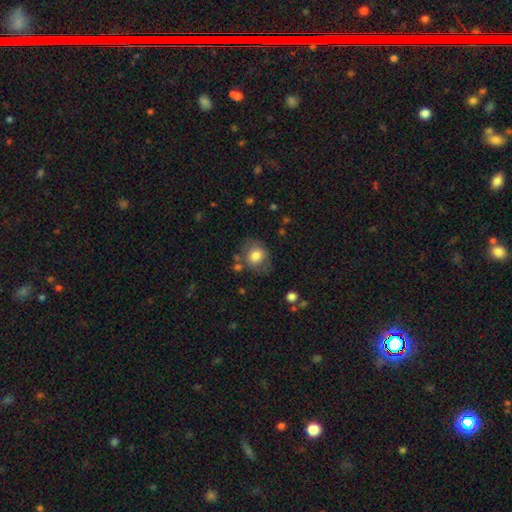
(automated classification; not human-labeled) Q: Smooth or featured?
A: smooth (76%); runner-up: featured or disk (16%)
Q: How rounded?
A: round (63%); runner-up: in between (36%)
Q: Merging?
A: none (64%); runner-up: minor disturbance (21%)